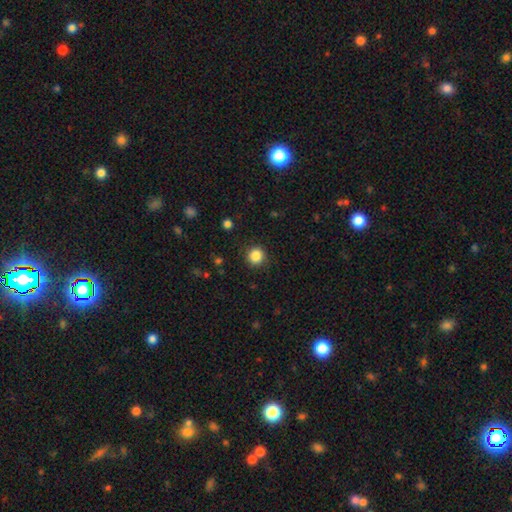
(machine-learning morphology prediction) A smooth galaxy with no disk features (85%) that is round (92%). Merging: none (88%).